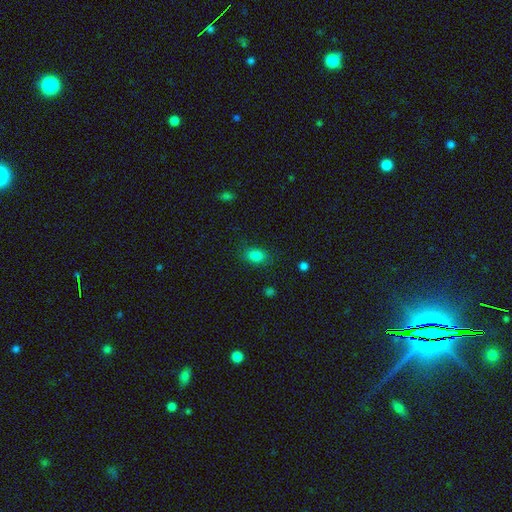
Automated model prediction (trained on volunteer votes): The model was most divided on "how rounded": in between: 74%, round: 25%, cigar-shaped: 1%. More confident: smooth or featured — smooth (84%); merging — none (83%).